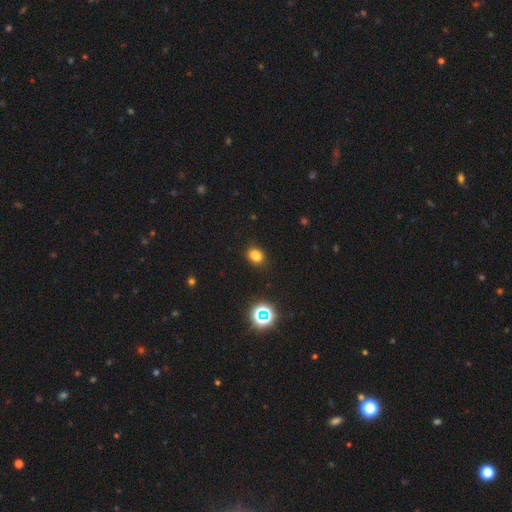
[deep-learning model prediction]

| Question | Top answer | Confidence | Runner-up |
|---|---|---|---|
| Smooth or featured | smooth | 76% | star or artifact (18%) |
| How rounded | in between | 56% | round (43%) |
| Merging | none | 75% | minor disturbance (15%) |